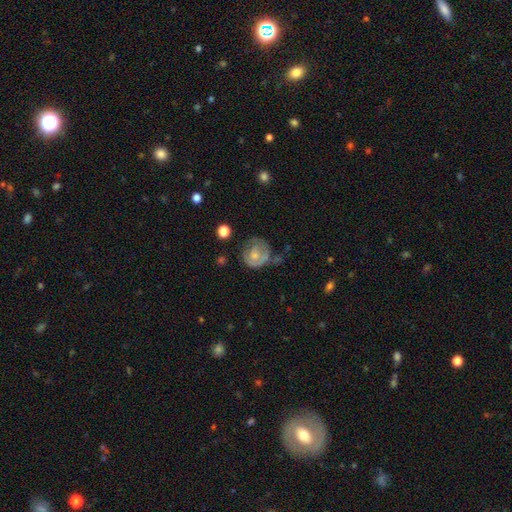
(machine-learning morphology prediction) Overall: featured or disk (50%; smooth 43%). Merging: none (44%; minor disturbance 29%).